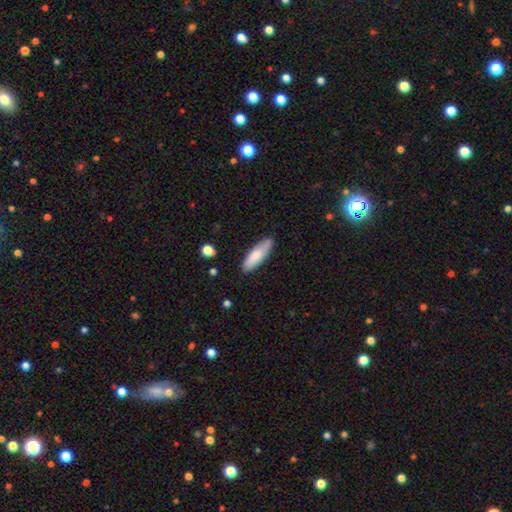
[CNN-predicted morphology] Smooth or featured? Predicted: smooth (p=0.80). How rounded? Predicted: in between (p=0.51). Merging? Predicted: none (p=0.85).